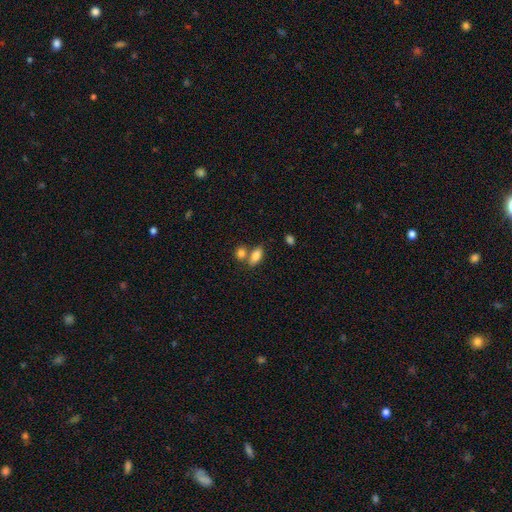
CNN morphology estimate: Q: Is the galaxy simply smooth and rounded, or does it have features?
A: smooth — 83%.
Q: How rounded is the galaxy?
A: in between — 85%.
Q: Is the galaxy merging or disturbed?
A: none — 54%.